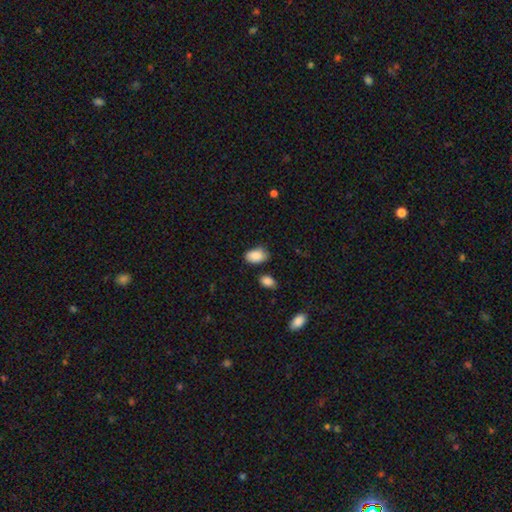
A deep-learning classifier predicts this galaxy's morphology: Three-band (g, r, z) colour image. It shows a smooth galaxy with no disk features (88%) that is in between round and cigar-shaped (90%). Merging: none (70%).